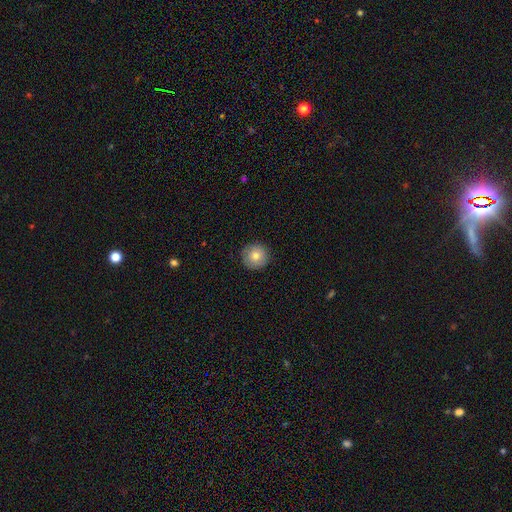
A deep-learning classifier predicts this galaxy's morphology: This is likely a smooth galaxy (74%). How rounded: clearly round (96%). Merging: clearly none (89%).